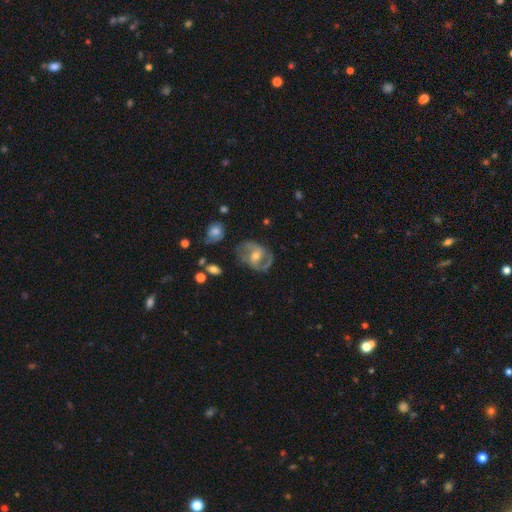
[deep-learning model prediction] Morphology: type=featured or disk (74%); edge-on=no (96%); bar=weak (41%); spiral arms=yes (82%); winding=medium (48%); arm count=2 (76%); bulge=moderate (62%); merging=none (62%).